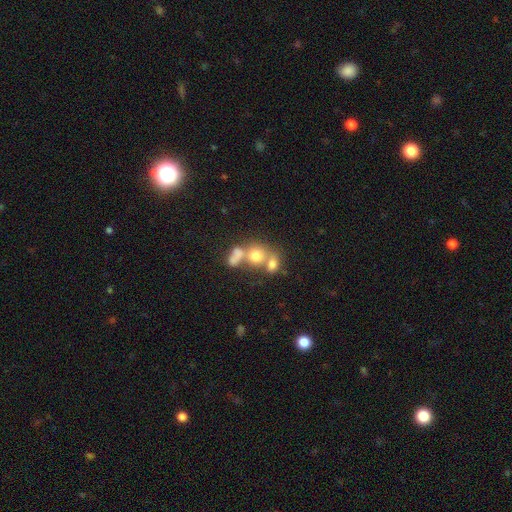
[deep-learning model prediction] Morphology: type=smooth (69%); roundness=round (64%); merging=merger (54%).